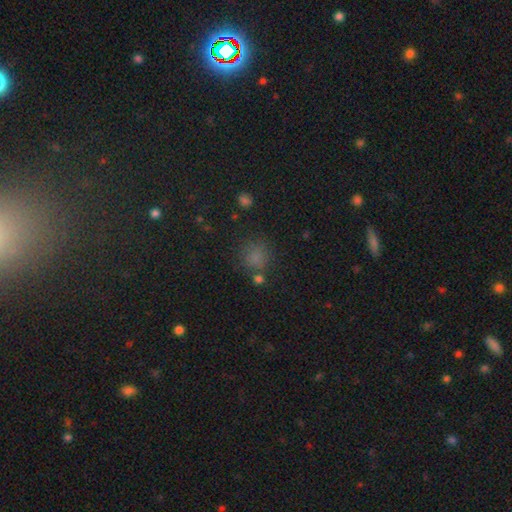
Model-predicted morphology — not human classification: Smooth or featured: smooth — 74% (star or artifact — 19%)
How rounded: round — 85% (in between — 14%)
Merging: none — 68% (minor disturbance — 15%)